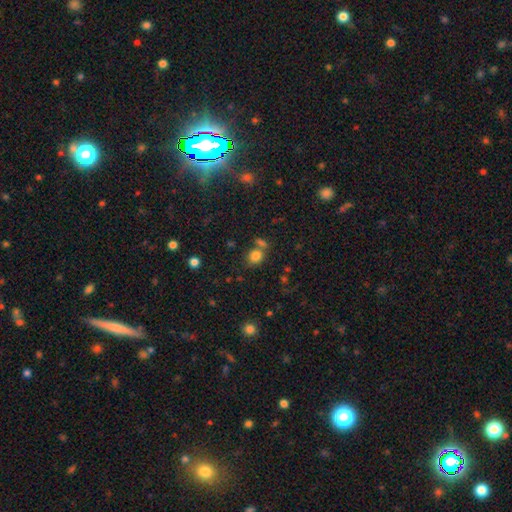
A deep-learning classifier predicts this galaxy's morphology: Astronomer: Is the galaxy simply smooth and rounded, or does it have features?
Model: smooth — 81%.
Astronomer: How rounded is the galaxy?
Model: round — 60% (runner-up: in between, 39%).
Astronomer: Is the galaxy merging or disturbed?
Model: none — 60%.